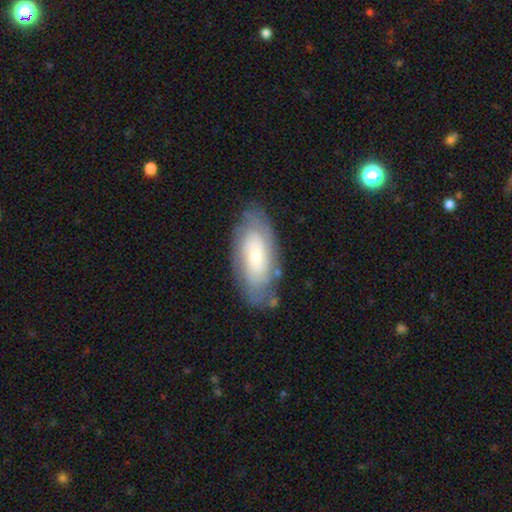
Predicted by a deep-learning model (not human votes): smooth-or-featured: featured or disk: 55% | smooth: 38% | star or artifact: 7%
  disk-edge-on: no: 90% | yes: 10%
  merging: none: 74% | minor disturbance: 18% | major disturbance: 6% | merger: 2%